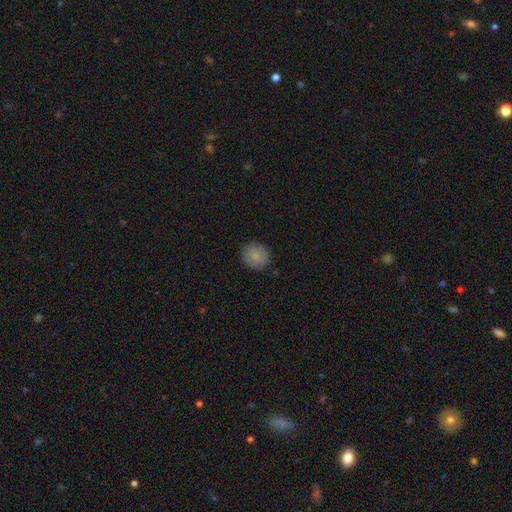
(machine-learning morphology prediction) Smooth or featured: smooth — 84% (star or artifact — 8%)
How rounded: round — 89% (in between — 10%)
Merging: none — 88% (minor disturbance — 9%)